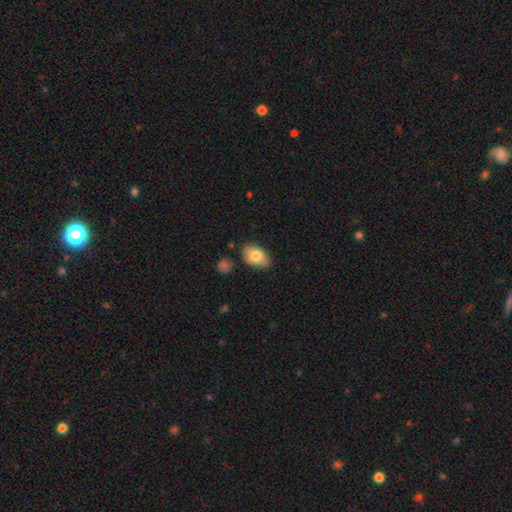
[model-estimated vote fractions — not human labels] Smooth or featured? Predicted: smooth (p=0.81). How rounded? Predicted: in between (p=0.90). Merging? Predicted: none (p=0.80).